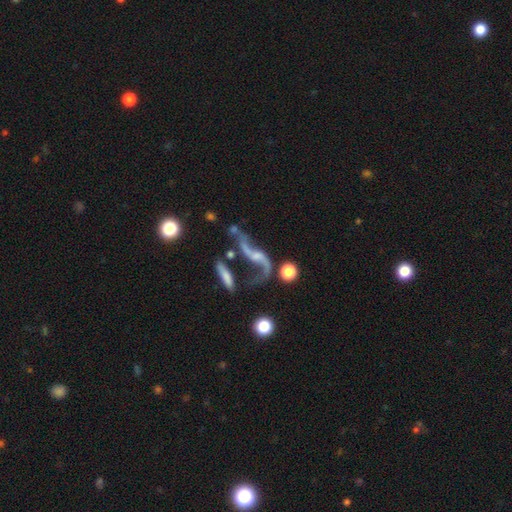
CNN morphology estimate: Smooth or featured? featured or disk (83%)
Edge-on disk? no (88%)
Bar? no (55%)
Spiral arms? yes (92%)
Spiral winding? loose (92%)
Spiral arm count? 2 (90%)
Bulge size? small (47%)
Merging? none (43%)